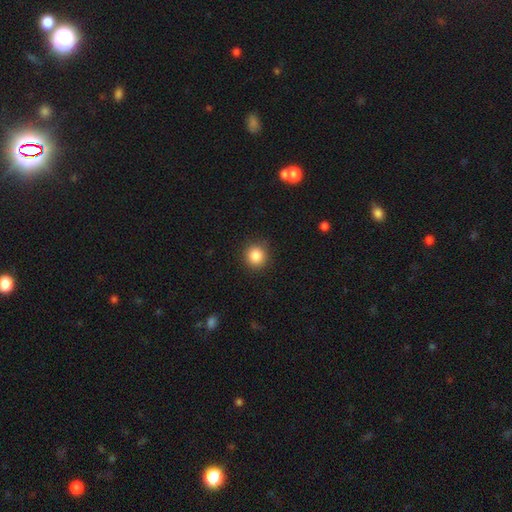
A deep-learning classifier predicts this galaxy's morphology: Smooth or featured? smooth (86%)
How rounded? round (92%)
Merging? none (90%)